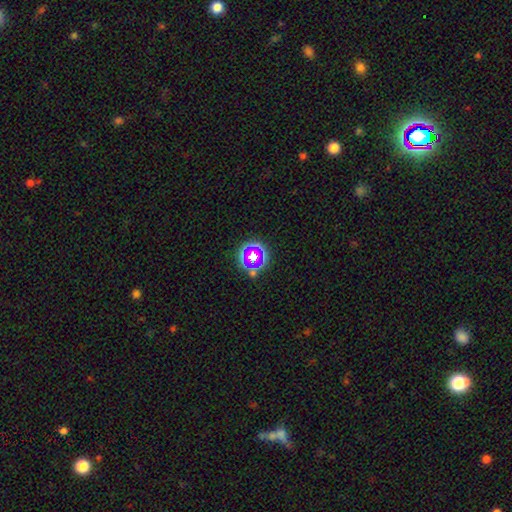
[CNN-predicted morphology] This appears to be a star or artifact, not a galaxy (44%).